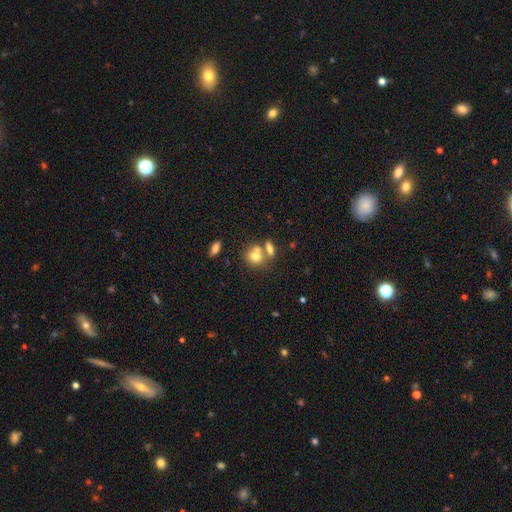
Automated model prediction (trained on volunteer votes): This is likely a smooth galaxy (72%). How rounded: likely round (65%). Merging: marginally none (44%).